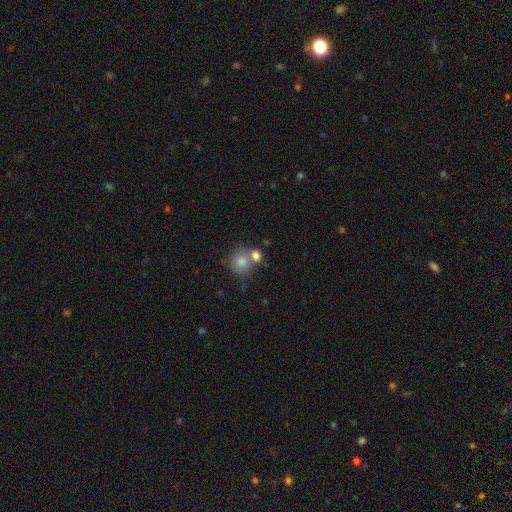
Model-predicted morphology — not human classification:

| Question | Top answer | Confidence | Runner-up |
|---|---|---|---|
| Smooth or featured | smooth | 80% | star or artifact (10%) |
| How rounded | round | 76% | in between (23%) |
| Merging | none | 45% | merger (42%) |